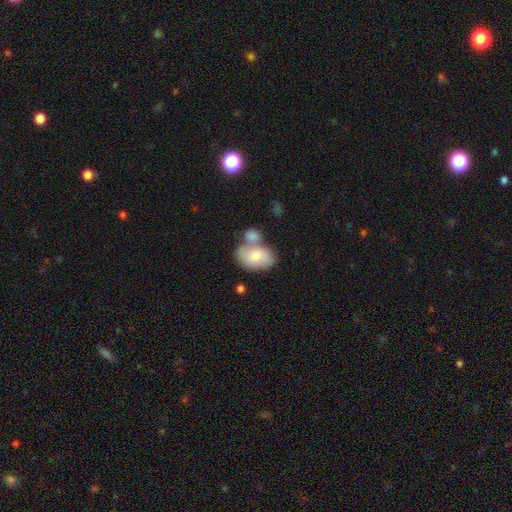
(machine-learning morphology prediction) Smooth or featured? Predicted: smooth (p=0.70). How rounded? Predicted: in between (p=0.84). Merging? Predicted: merger (p=0.43).